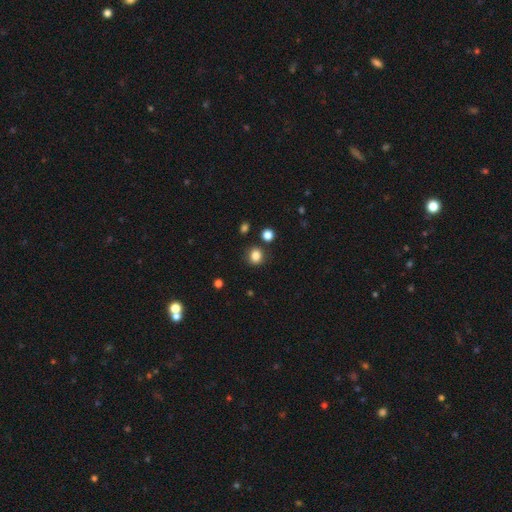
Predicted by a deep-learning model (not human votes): Smooth or featured? smooth (83%)
How rounded? round (79%)
Merging? none (84%)